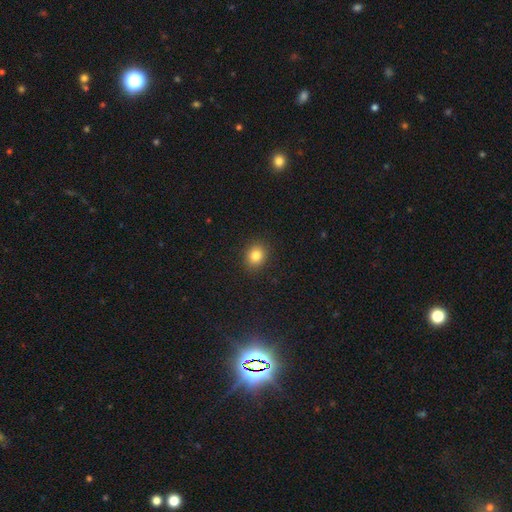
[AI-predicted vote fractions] smooth-or-featured: smooth: 82% | star or artifact: 11% | featured or disk: 7%
  how-rounded: round: 61% | in between: 38% | cigar-shaped: 1%
  merging: none: 90% | minor disturbance: 7% | major disturbance: 2% | merger: 1%